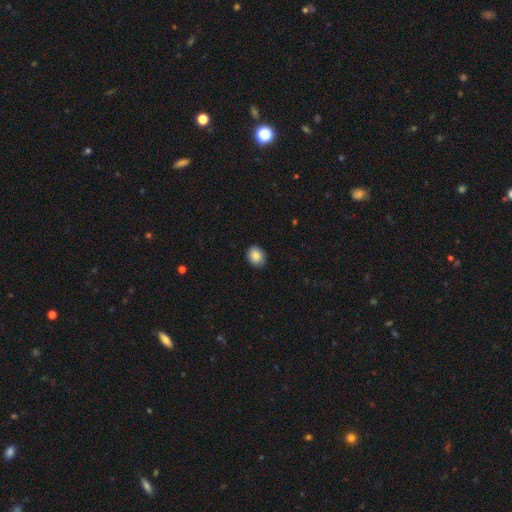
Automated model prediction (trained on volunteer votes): This appears to be a smooth galaxy with no disk features (87%) that is in between round and cigar-shaped (60%). Merging: none (87%).